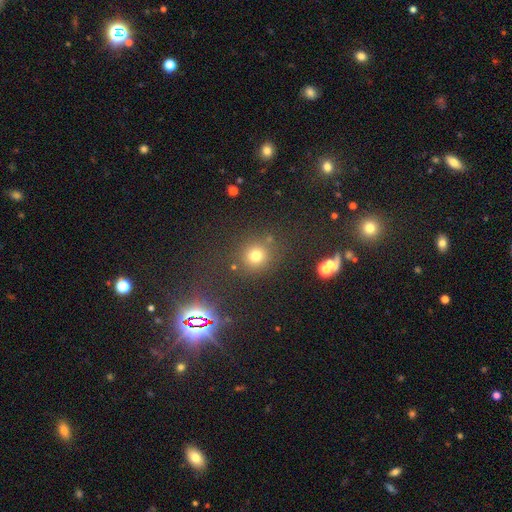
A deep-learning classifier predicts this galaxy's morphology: The model was most divided on "smooth or featured": smooth: 72%, star or artifact: 21%, featured or disk: 7%. More confident: how rounded — round (87%); merging — none (78%).